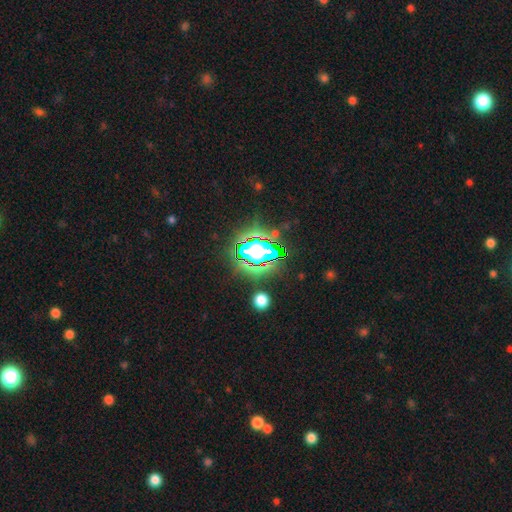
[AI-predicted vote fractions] A star or artifact, not a galaxy (77%).

Vote fractions:
- Smooth or featured? star or artifact: 77% / smooth: 13% / featured or disk: 10%